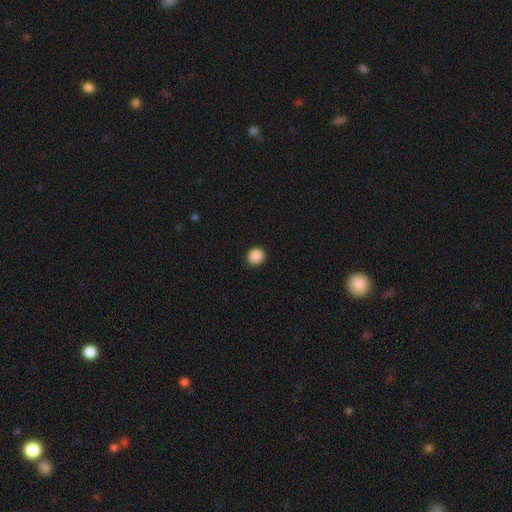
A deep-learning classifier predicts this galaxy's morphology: This is clearly a smooth galaxy (89%). How rounded: clearly round (89%). Merging: clearly none (92%).